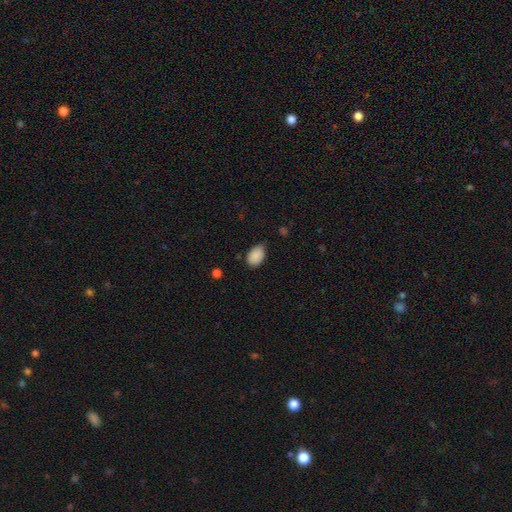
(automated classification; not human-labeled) Smooth or featured? Predicted: smooth (p=0.88). How rounded? Predicted: in between (p=0.85). Merging? Predicted: none (p=0.64).